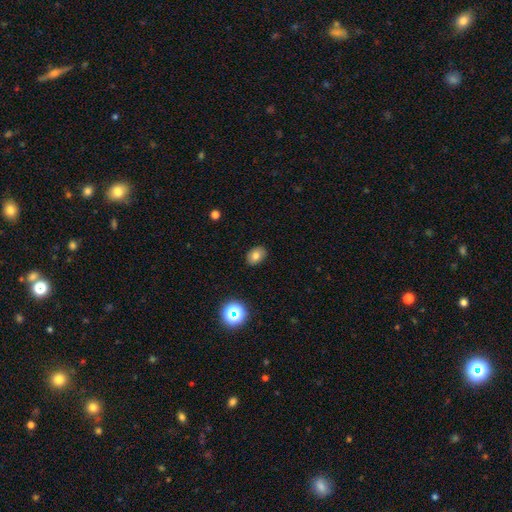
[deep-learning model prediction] Smooth or featured?
  - smooth: 76% *
  - star or artifact: 13%
  - featured or disk: 11%
How rounded?
  - in between: 74% *
  - round: 25%
  - cigar-shaped: 1%
Merging?
  - none: 86% *
  - minor disturbance: 10%
  - major disturbance: 2%
  - merger: 1%